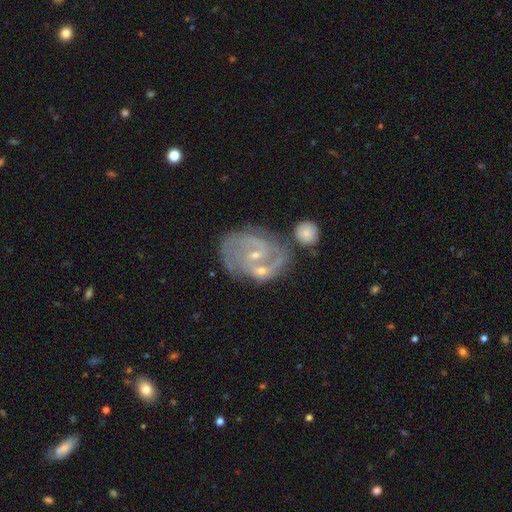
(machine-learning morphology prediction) The model was most divided on "bar": weak: 45%, no: 39%, strong: 16%. Remaining: edge-on disk — no (98%); spiral arms — yes (95%); smooth or featured — featured or disk (86%); bulge size — small (77%); spiral arm count — 2 (70%); spiral winding — medium (48%); merging — none (45%).